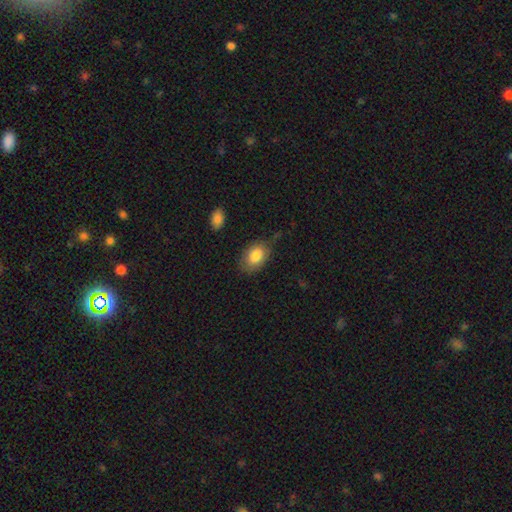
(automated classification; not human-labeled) A smooth galaxy with no disk features (83%) that is in between round and cigar-shaped (85%). Merging: none (70%).